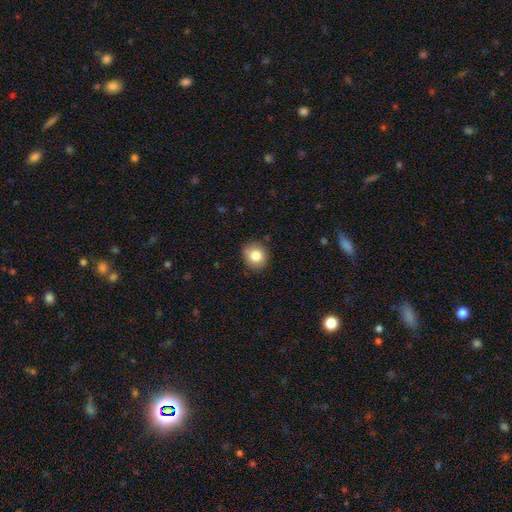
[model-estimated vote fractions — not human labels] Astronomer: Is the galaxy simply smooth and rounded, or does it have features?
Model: smooth — 82%.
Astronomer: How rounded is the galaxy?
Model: round — 81%.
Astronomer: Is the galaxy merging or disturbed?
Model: none — 82%.